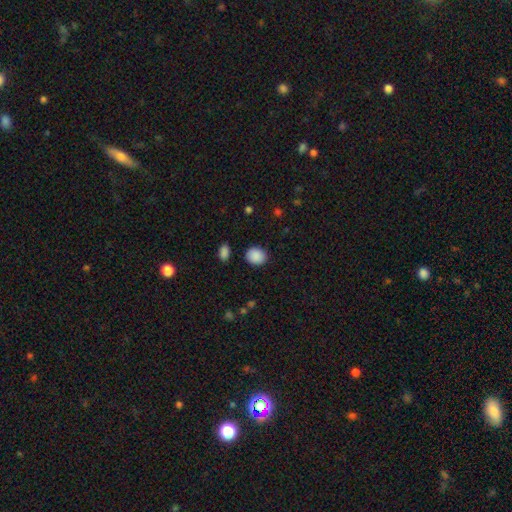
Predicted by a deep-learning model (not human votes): Smooth or featured? Predicted: smooth (p=0.89). How rounded? Predicted: round (p=0.63). Merging? Predicted: none (p=0.87).